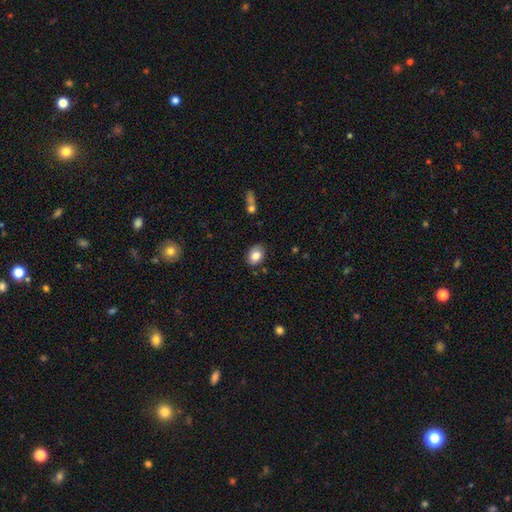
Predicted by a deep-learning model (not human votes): This appears to be a smooth galaxy with no disk features (81%) that is in between round and cigar-shaped (70%). Merging: none (80%).